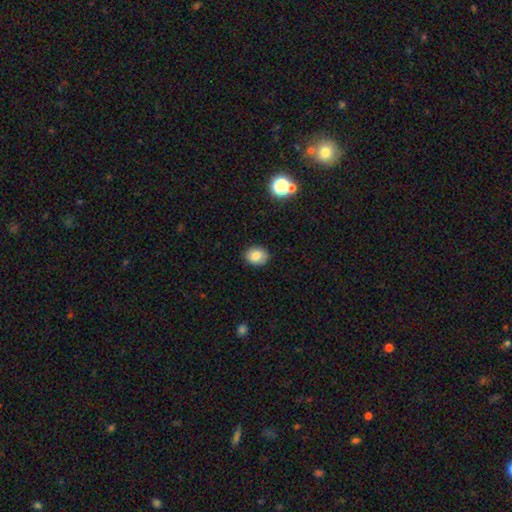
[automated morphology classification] Smooth or featured?
  - smooth: 81% *
  - star or artifact: 10%
  - featured or disk: 8%
How rounded?
  - in between: 52% *
  - round: 47%
  - cigar-shaped: 1%
Merging?
  - none: 87% *
  - minor disturbance: 10%
  - major disturbance: 2%
  - merger: 1%